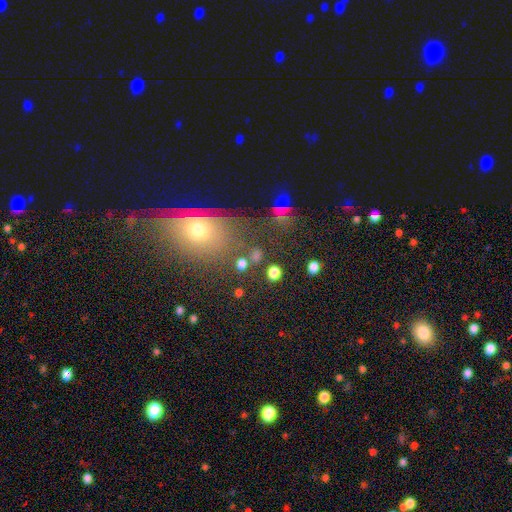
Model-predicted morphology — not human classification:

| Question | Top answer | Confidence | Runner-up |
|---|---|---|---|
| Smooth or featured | smooth | 50% | star or artifact (34%) |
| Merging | none | 70% | minor disturbance (13%) |